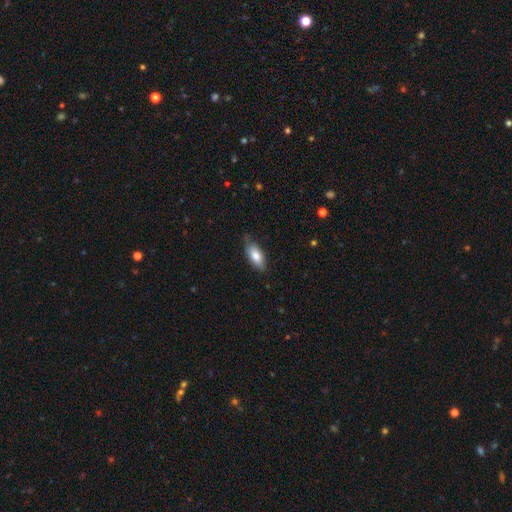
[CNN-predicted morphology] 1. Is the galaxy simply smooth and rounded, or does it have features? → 79% smooth, 14% featured or disk, 7% star or artifact.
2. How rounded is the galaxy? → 84% in between, 13% cigar-shaped, 2% round.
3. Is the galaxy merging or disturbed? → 75% none, 20% minor disturbance, 3% major disturbance, 2% merger.